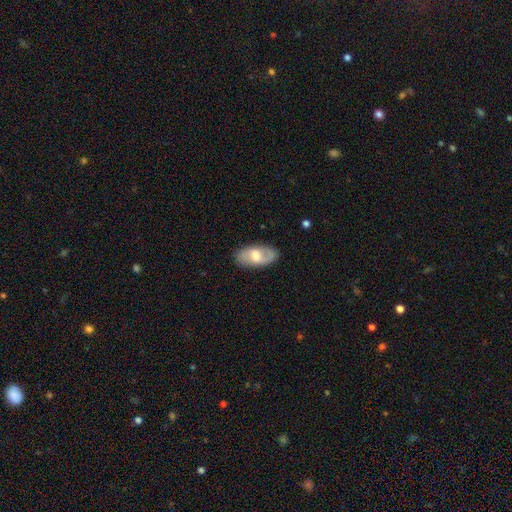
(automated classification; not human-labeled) smooth_or_featured: featured or disk (p=0.53) [alt: smooth p=0.41]
disk_edge_on: no (p=0.92) [alt: yes p=0.08]
merging: none (p=0.83) [alt: minor disturbance p=0.13]